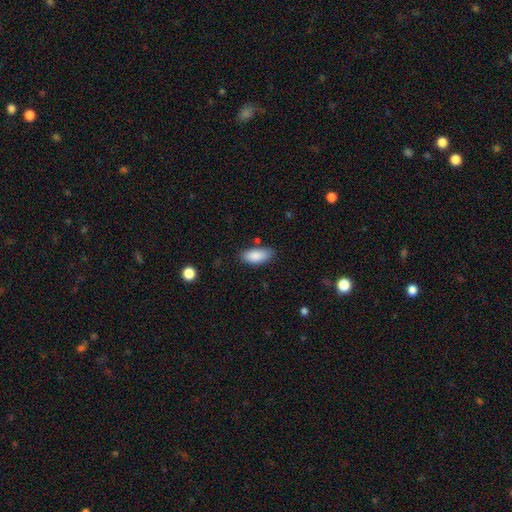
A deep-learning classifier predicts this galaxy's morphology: This appears to be a smooth galaxy with no disk features (88%) that is in between round and cigar-shaped (89%). Merging: none (75%).